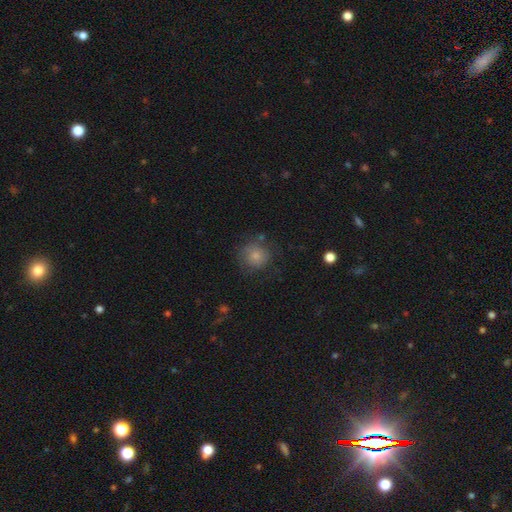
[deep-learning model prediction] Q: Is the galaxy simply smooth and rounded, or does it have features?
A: smooth — 79%.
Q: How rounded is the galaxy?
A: round — 90%.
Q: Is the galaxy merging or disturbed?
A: none — 70%.